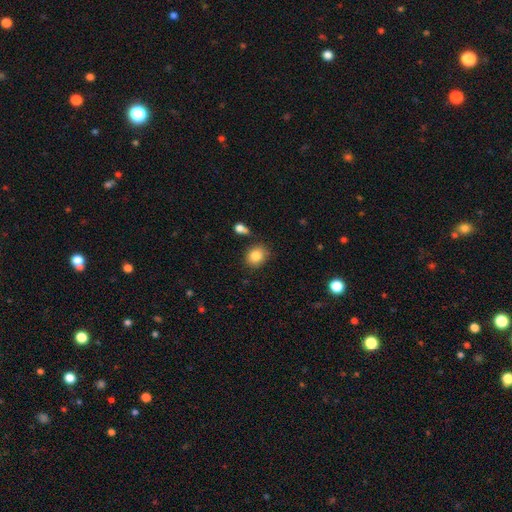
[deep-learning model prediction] The model was most divided on "how rounded": round: 66%, in between: 33%, cigar-shaped: 1%. More confident: smooth or featured — smooth (83%); merging — none (79%).